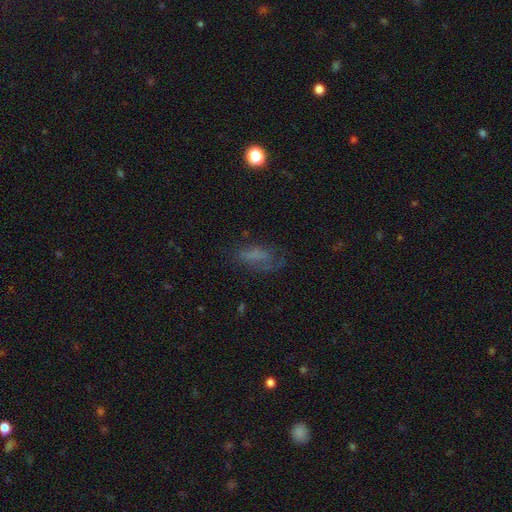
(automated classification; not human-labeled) smooth 53%, featured or disk 27%, star or artifact 20%. Down the decision tree: how rounded — in between (74%); merging — none (50%).